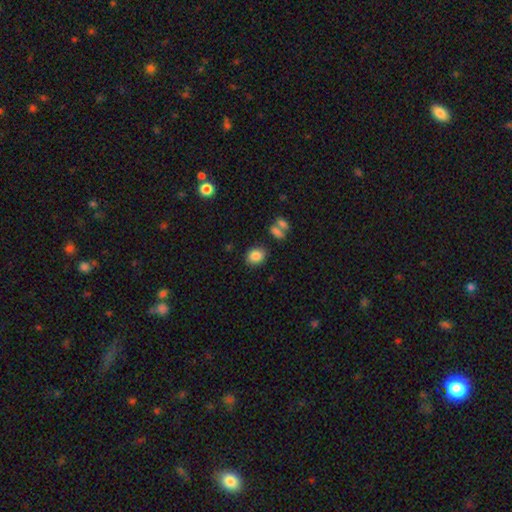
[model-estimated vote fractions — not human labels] Smooth or featured? smooth (84%)
How rounded? round (58%)
Merging? none (83%)